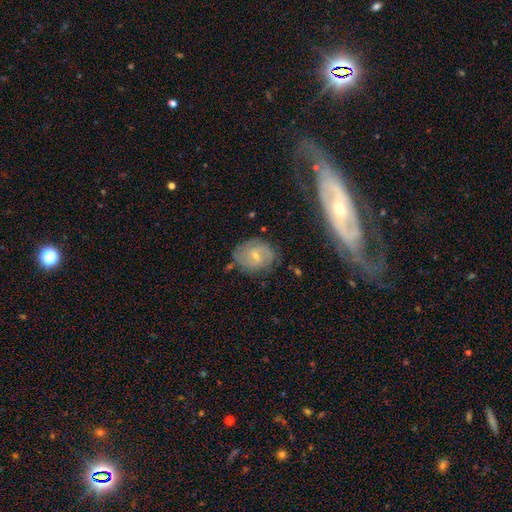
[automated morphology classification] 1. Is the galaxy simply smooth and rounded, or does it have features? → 65% featured or disk, 28% smooth, 8% star or artifact.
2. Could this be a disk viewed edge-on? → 96% no, 4% yes.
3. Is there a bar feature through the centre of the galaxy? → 49% no, 44% weak, 8% strong.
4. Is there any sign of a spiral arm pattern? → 84% yes, 16% no.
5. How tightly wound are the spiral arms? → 55% tight, 34% medium, 11% loose.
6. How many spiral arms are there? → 47% 2, 33% can't tell, 10% 3, 4% 1, 3% 4, 3% more than 4.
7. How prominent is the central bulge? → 60% small, 37% moderate, 1% none, 1% large, 1% dominant.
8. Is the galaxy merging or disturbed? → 71% none, 20% minor disturbance, 6% major disturbance, 3% merger.